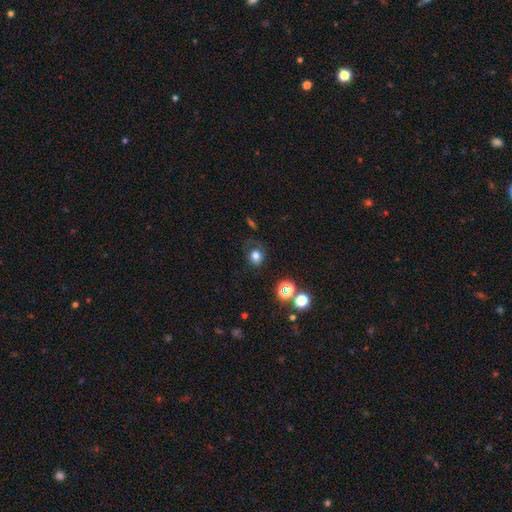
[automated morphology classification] smooth-or-featured: smooth: 74% | star or artifact: 16% | featured or disk: 9%
  how-rounded: round: 74% | in between: 25% | cigar-shaped: 1%
  merging: none: 68% | minor disturbance: 19% | major disturbance: 11% | merger: 3%